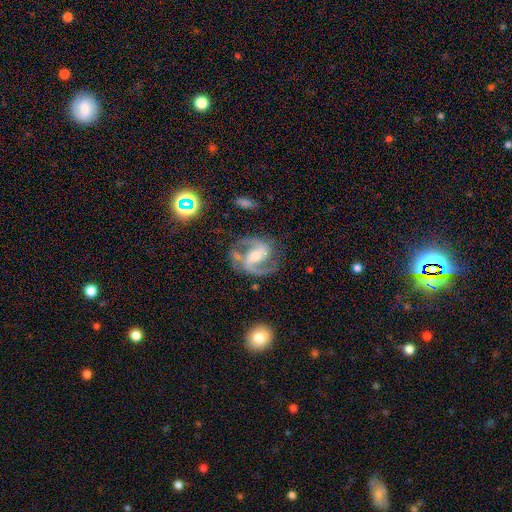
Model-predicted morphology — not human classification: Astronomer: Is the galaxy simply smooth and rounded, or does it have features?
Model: featured or disk — 91%.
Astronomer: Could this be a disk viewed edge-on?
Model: no — 98%.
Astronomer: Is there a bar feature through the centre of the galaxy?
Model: weak — 41% (runner-up: strong, 36%).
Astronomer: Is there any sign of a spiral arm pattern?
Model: yes — 98%.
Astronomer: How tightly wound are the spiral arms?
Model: medium — 63%.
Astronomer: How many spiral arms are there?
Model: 2 — 90%.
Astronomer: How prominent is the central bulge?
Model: moderate — 52% (runner-up: small, 42%).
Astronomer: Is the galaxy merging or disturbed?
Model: none — 74%.